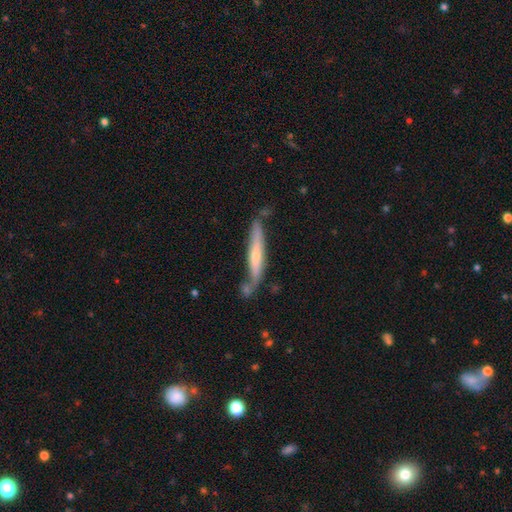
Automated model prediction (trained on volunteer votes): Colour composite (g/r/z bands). It shows a featured or disk galaxy (50%) viewed edge-on (86%). Merging: none (60%).